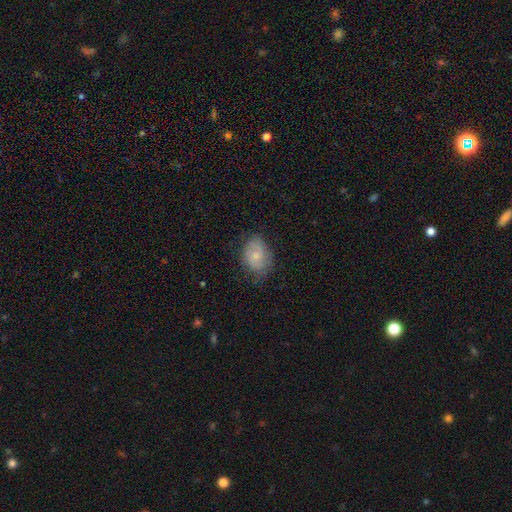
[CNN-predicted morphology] smooth_or_featured: smooth (p=0.56) [alt: featured or disk p=0.36]
how_rounded: in between (p=0.66) [alt: round p=0.33]
merging: none (p=0.68) [alt: minor disturbance p=0.23]